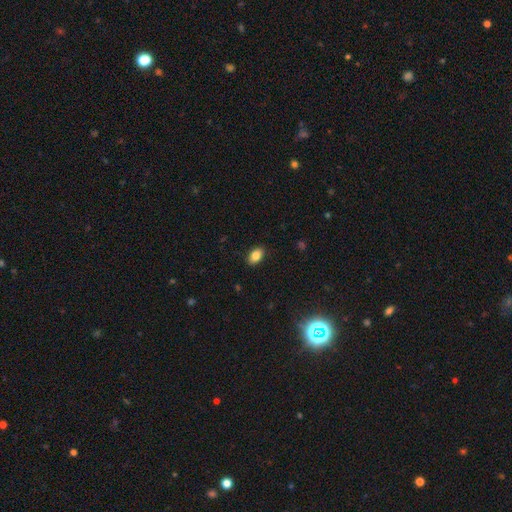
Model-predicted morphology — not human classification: A smooth galaxy with no disk features (85%) that is in between round and cigar-shaped (88%).

Vote fractions:
- Smooth or featured? smooth: 85% / star or artifact: 8% / featured or disk: 7%
- How rounded? in between: 88% / round: 10% / cigar-shaped: 2%
- Merging? none: 88% / minor disturbance: 9% / major disturbance: 2% / merger: 1%